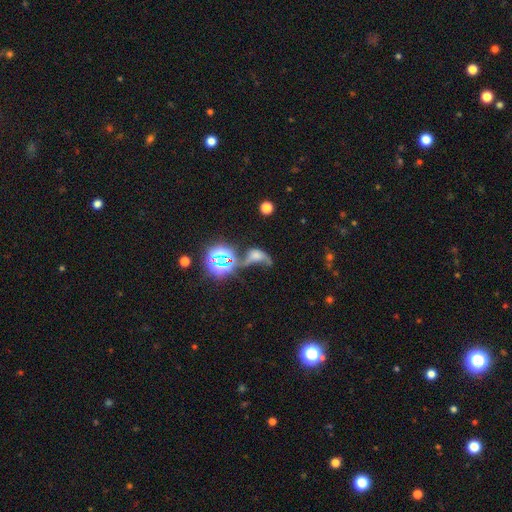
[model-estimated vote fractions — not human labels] Smooth or featured: featured or disk — 35% (smooth — 33%)
Merging: major disturbance — 34% (merger — 29%)